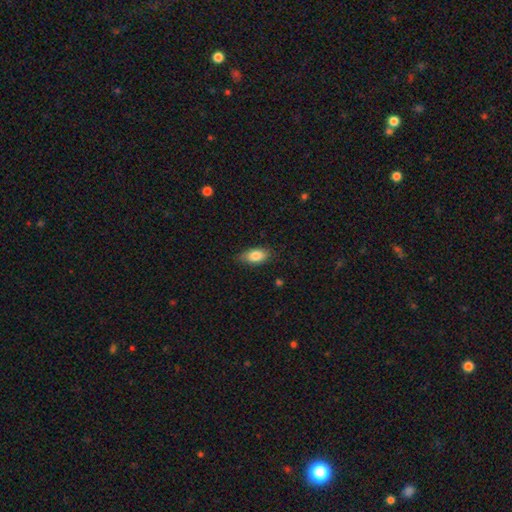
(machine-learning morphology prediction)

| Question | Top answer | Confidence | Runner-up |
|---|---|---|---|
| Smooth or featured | smooth | 82% | featured or disk (11%) |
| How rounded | in between | 89% | cigar-shaped (6%) |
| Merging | none | 80% | minor disturbance (16%) |